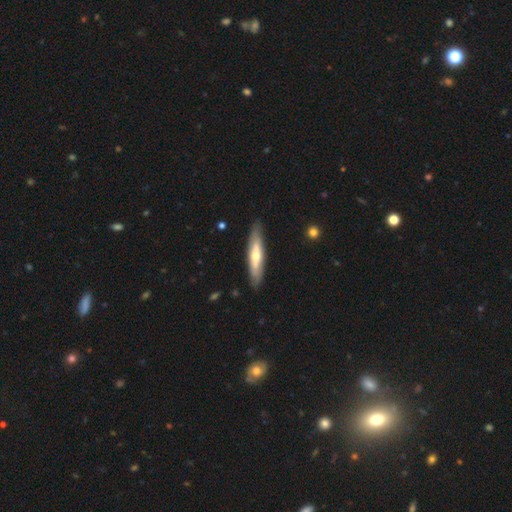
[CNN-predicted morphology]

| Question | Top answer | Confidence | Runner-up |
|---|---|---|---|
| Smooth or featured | featured or disk | 52% | smooth (43%) |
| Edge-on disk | yes | 73% | no (27%) |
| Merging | none | 87% | minor disturbance (10%) |